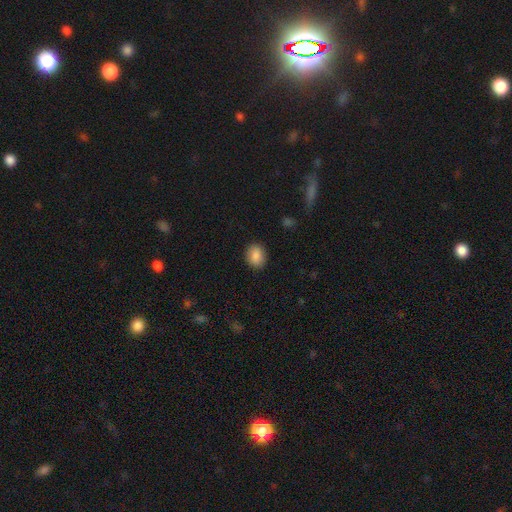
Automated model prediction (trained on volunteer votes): Morphology: type=smooth (88%); roundness=in between (54%); merging=none (88%).